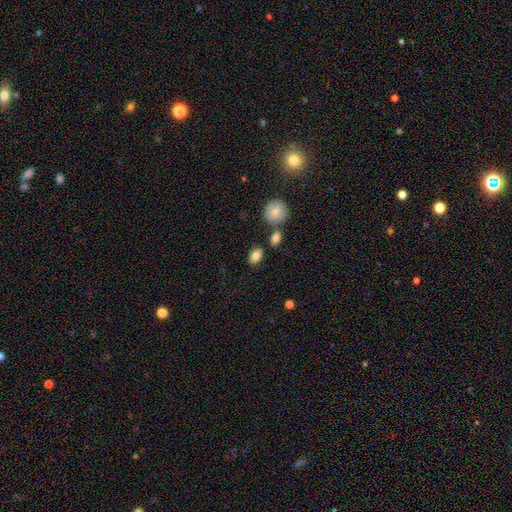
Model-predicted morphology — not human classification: Smooth or featured? smooth (83%)
How rounded? in between (82%)
Merging? none (79%)